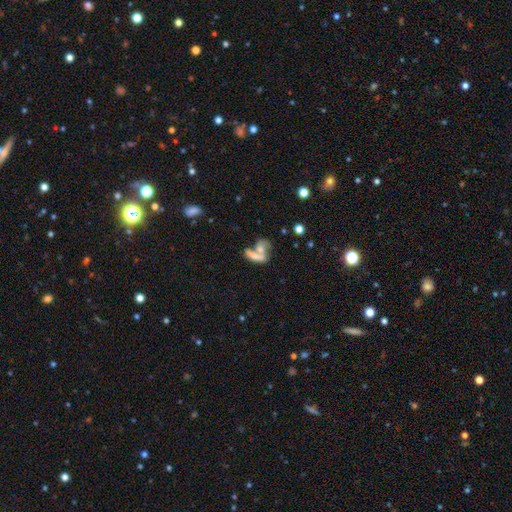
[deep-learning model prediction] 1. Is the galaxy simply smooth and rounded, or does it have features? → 53% smooth, 35% featured or disk, 11% star or artifact.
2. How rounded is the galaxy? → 59% in between, 26% cigar-shaped, 15% round.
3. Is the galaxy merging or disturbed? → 62% merger, 23% none, 8% minor disturbance, 7% major disturbance.